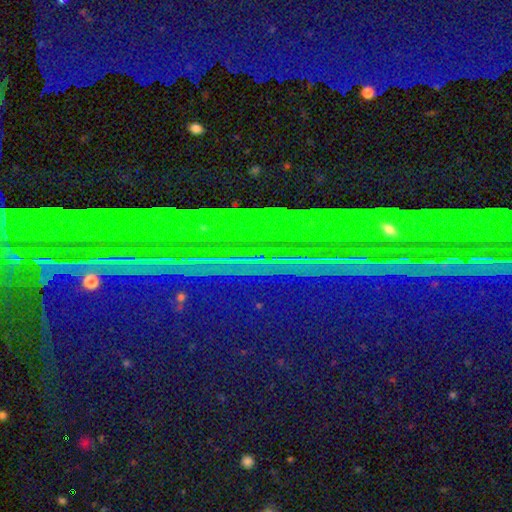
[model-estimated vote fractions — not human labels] This is clearly a star or artifact rather than a galaxy (88%).